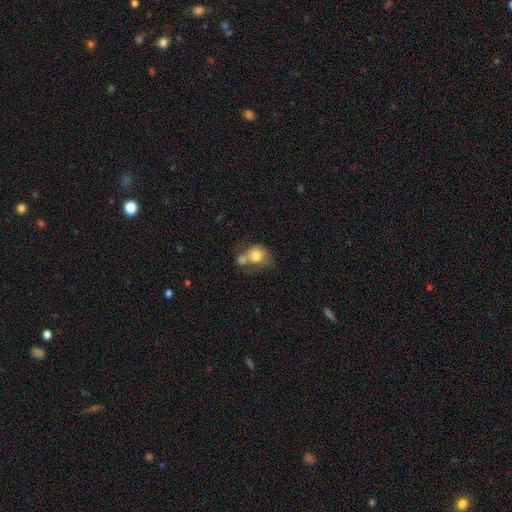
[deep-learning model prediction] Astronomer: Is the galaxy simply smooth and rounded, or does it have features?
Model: smooth — 76%.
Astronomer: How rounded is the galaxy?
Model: round — 66%.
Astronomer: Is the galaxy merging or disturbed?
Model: merger — 54%.